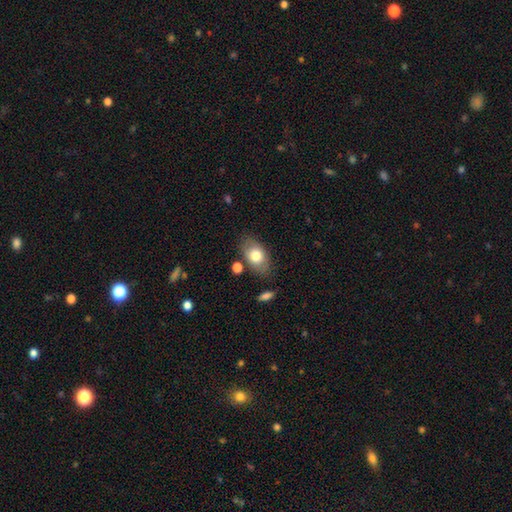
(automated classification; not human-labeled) A smooth galaxy with no disk features (75%) that is in between round and cigar-shaped (88%). Merging: none (77%).